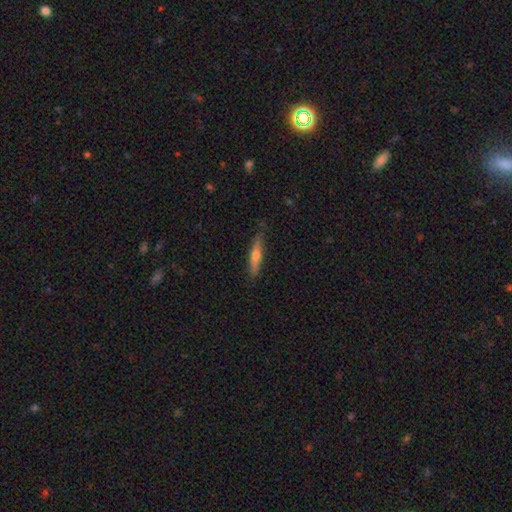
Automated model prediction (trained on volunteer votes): Smooth or featured? smooth (48%)
Merging? none (81%)